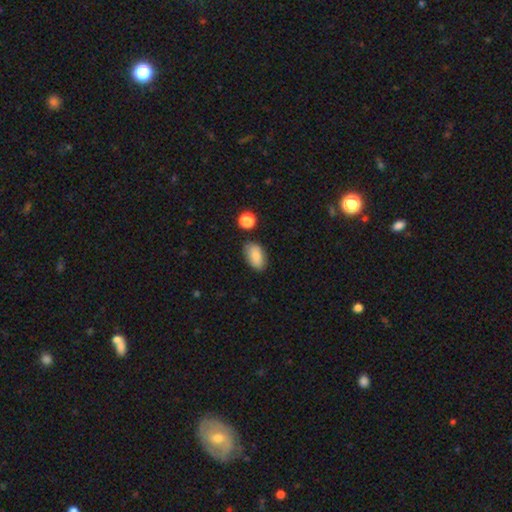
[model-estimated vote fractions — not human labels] smooth-or-featured: smooth: 84% | featured or disk: 9% | star or artifact: 7%
  how-rounded: in between: 93% | round: 5% | cigar-shaped: 2%
  merging: none: 80% | minor disturbance: 14% | merger: 4% | major disturbance: 3%